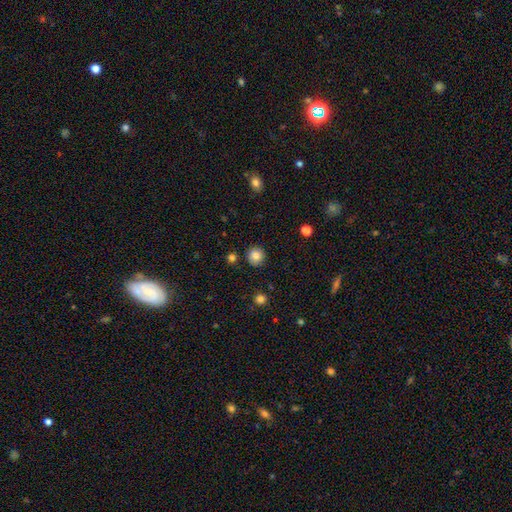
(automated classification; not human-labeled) A smooth galaxy with no disk features (83%) that is round (93%). Merging: none (90%).